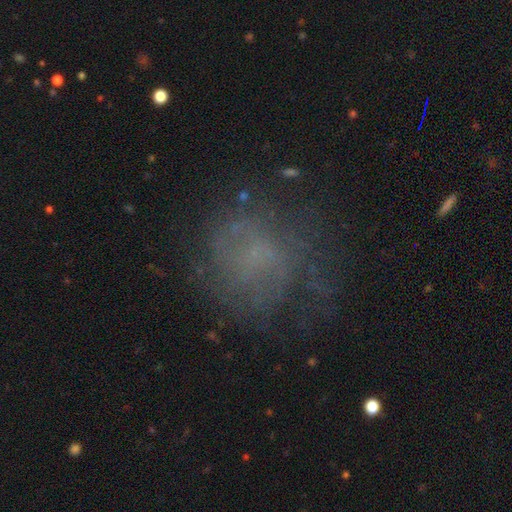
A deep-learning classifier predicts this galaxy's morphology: Smooth or featured? featured or disk (43%)
Merging? none (63%)